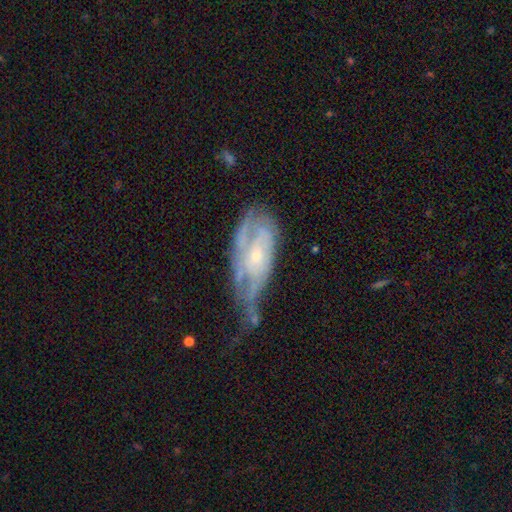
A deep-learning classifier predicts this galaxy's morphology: This is likely a featured or disk galaxy (73%). It is clearly not viewed edge-on (91%). Bar: likely no (72%). Spiral arm pattern: likely yes (74%). Central bulge: likely small (67%). Merging: marginally minor disturbance (33%).